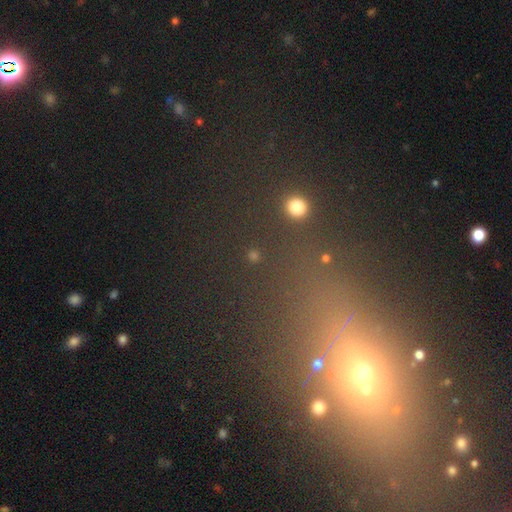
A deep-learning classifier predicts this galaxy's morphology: smooth_or_featured: smooth (p=0.55) [alt: star or artifact p=0.38]
how_rounded: round (p=0.88) [alt: in between p=0.10]
merging: none (p=0.88) [alt: minor disturbance p=0.05]